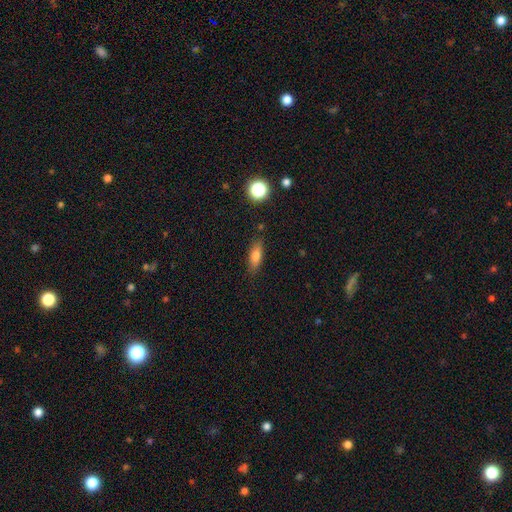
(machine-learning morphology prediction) smooth 75%, featured or disk 15%, star or artifact 10%. Down the decision tree: how rounded — in between (68%); merging — none (82%).